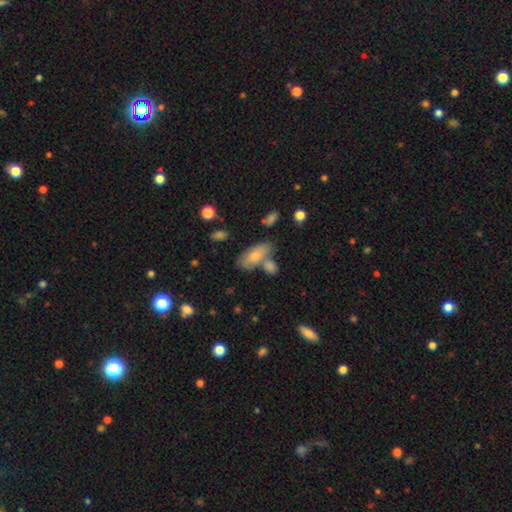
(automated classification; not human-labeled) smooth_or_featured: smooth (p=0.75) [alt: featured or disk p=0.18]
how_rounded: in between (p=0.85) [alt: cigar-shaped p=0.12]
merging: none (p=0.52) [alt: merger p=0.26]